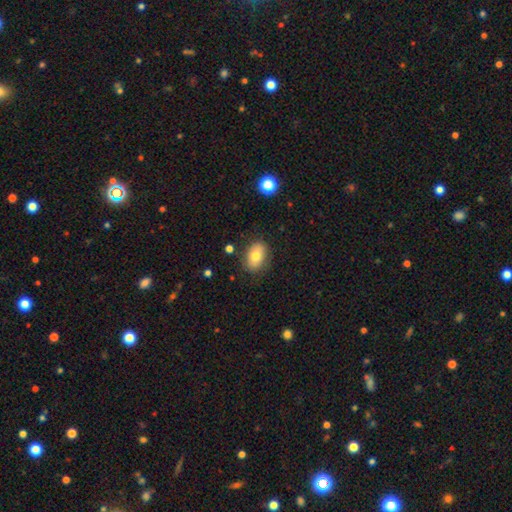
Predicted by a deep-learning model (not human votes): smooth-or-featured: smooth: 77% | featured or disk: 15% | star or artifact: 8%
  how-rounded: in between: 84% | round: 14% | cigar-shaped: 1%
  merging: none: 82% | minor disturbance: 13% | major disturbance: 3% | merger: 2%